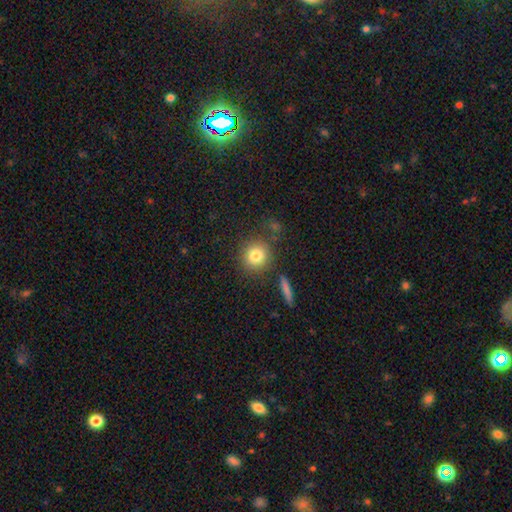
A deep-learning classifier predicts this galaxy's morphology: smooth_or_featured: smooth (p=0.82) [alt: star or artifact p=0.10]
how_rounded: round (p=0.89) [alt: in between p=0.09]
merging: none (p=0.81) [alt: minor disturbance p=0.10]